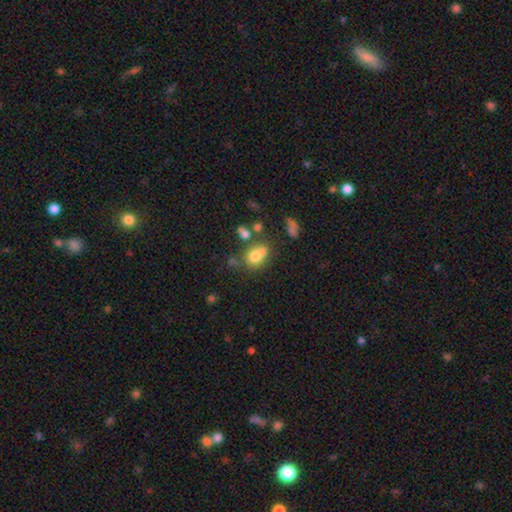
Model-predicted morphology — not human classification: Q: Smooth or featured?
A: smooth (70%); runner-up: featured or disk (16%)
Q: How rounded?
A: round (59%); runner-up: in between (40%)
Q: Merging?
A: none (41%); runner-up: merger (38%)